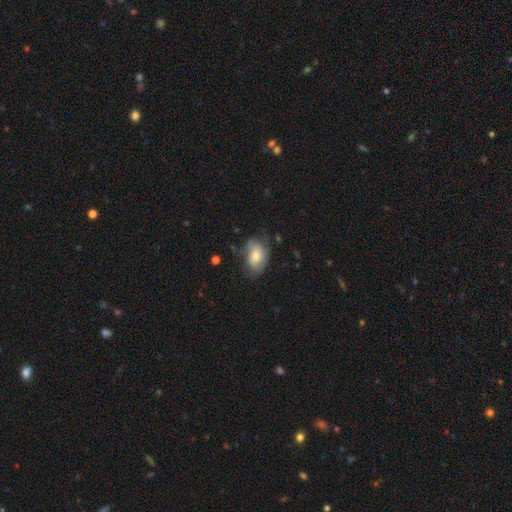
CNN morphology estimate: Smooth or featured?
  - smooth: 59% *
  - featured or disk: 34%
  - star or artifact: 7%
How rounded?
  - in between: 84% *
  - round: 14%
  - cigar-shaped: 2%
Merging?
  - none: 54% *
  - minor disturbance: 30%
  - major disturbance: 14%
  - merger: 2%